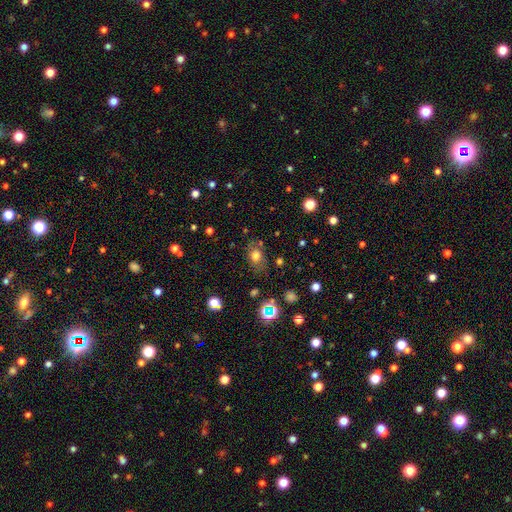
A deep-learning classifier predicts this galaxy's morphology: Q: Smooth or featured?
A: smooth (70%); runner-up: star or artifact (17%)
Q: How rounded?
A: in between (65%); runner-up: round (33%)
Q: Merging?
A: none (73%); runner-up: minor disturbance (17%)